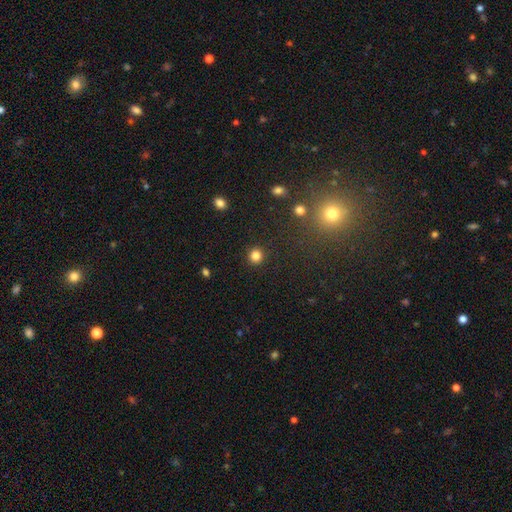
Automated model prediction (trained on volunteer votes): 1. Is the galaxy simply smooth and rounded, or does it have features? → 84% smooth, 13% star or artifact, 4% featured or disk.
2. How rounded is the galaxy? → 92% round, 7% in between, 1% cigar-shaped.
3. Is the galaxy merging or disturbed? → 91% none, 5% minor disturbance, 2% major disturbance, 1% merger.